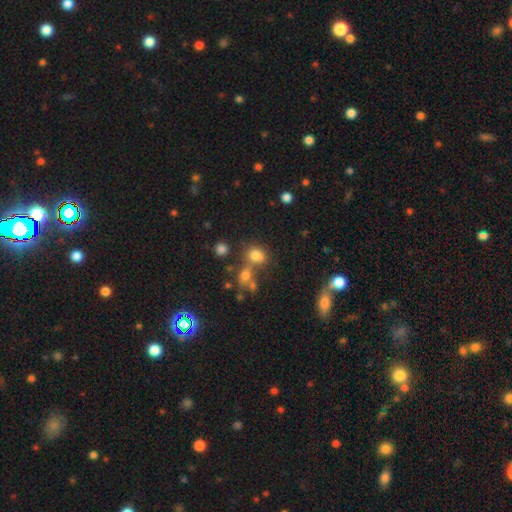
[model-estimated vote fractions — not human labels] A smooth galaxy with no disk features (76%) that is in between round and cigar-shaped (52%).

Vote fractions:
- Smooth or featured? smooth: 76% / star or artifact: 16% / featured or disk: 9%
- How rounded? in between: 52% / round: 47% / cigar-shaped: 2%
- Merging? none: 53% / merger: 28% / minor disturbance: 13% / major disturbance: 6%